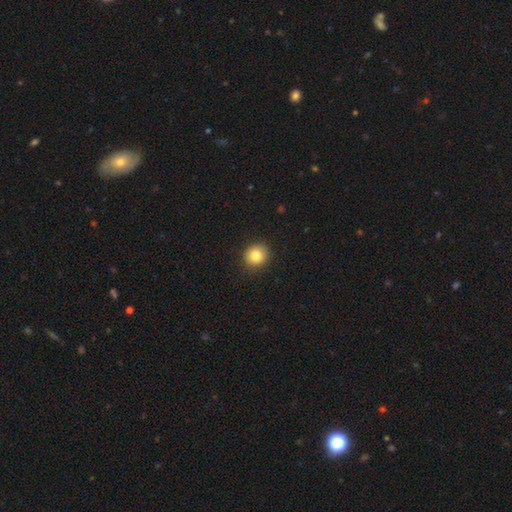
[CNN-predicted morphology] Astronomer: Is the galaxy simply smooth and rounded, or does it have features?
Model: smooth — 82%.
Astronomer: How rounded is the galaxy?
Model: round — 88%.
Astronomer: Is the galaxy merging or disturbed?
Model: none — 90%.